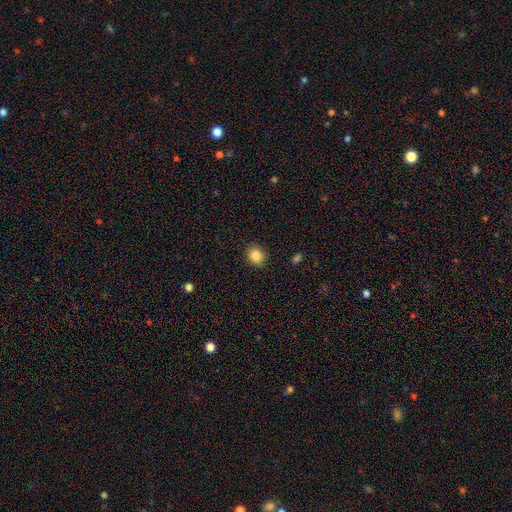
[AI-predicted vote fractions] smooth 86%, star or artifact 9%, featured or disk 4%. Down the decision tree: how rounded — round (69%); merging — none (88%).